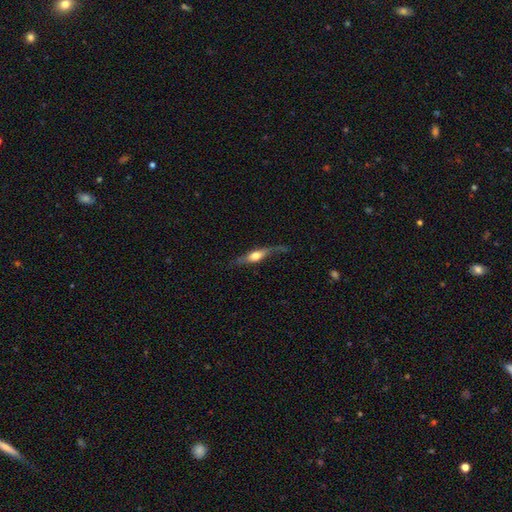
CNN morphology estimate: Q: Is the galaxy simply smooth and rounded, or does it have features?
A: featured or disk — 52%.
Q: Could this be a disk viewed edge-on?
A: yes — 75%.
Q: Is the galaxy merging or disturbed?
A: none — 51%.